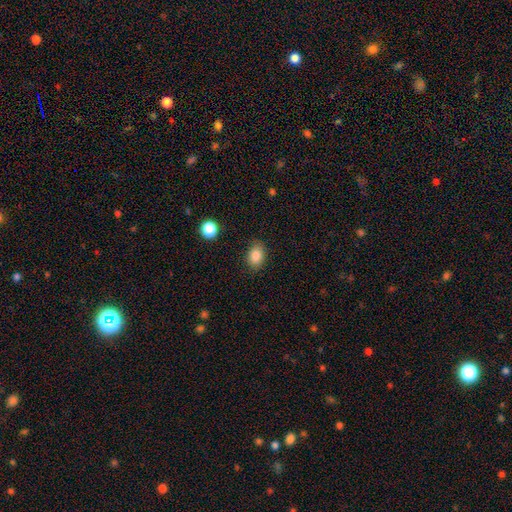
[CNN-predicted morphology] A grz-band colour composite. It shows a smooth galaxy with no disk features (85%) that is in between round and cigar-shaped (75%). Merging: none (84%).